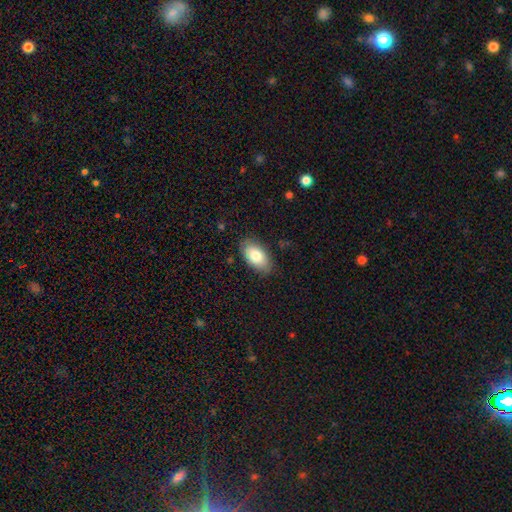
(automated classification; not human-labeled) This is likely a smooth galaxy (80%). How rounded: clearly in between (94%). Merging: clearly none (83%).